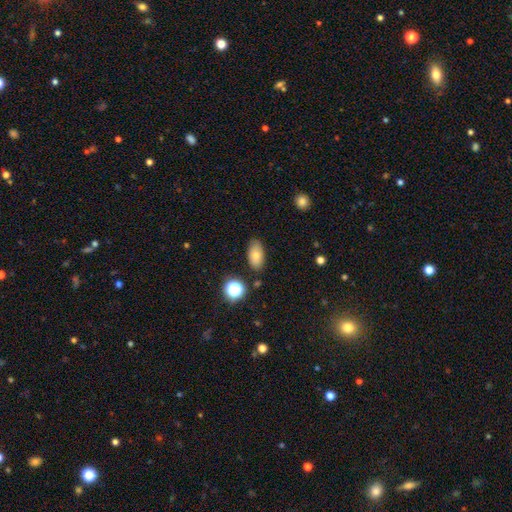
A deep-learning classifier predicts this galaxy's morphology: Smooth or featured: smooth — 76% (featured or disk — 14%)
How rounded: in between — 91% (round — 6%)
Merging: none — 83% (minor disturbance — 12%)